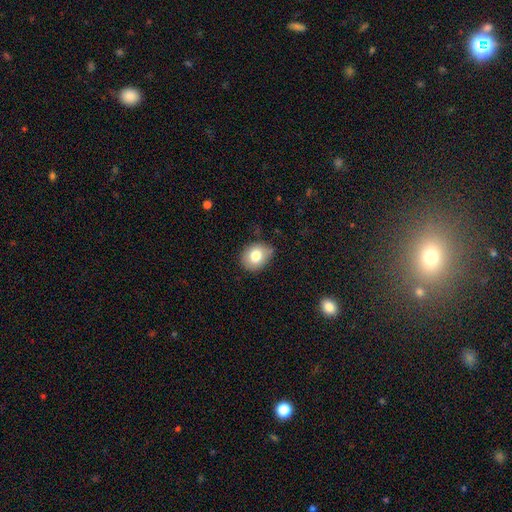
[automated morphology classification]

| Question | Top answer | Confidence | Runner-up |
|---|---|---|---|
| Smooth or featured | smooth | 79% | featured or disk (12%) |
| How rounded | round | 52% | in between (47%) |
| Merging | none | 74% | minor disturbance (20%) |